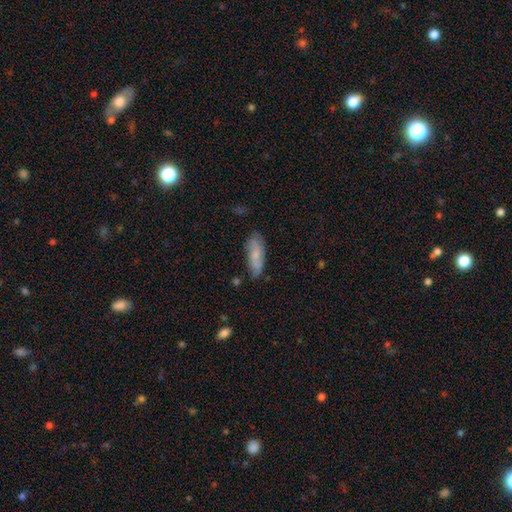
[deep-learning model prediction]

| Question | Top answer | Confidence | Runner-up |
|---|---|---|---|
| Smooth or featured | smooth | 64% | featured or disk (29%) |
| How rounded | in between | 64% | cigar-shaped (34%) |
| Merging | none | 72% | minor disturbance (22%) |